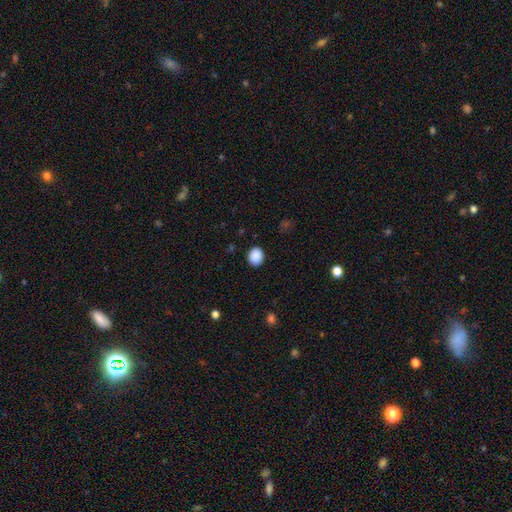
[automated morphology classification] smooth-or-featured: smooth: 90% | star or artifact: 8% | featured or disk: 2%
  how-rounded: round: 63% | in between: 36% | cigar-shaped: 1%
  merging: none: 89% | minor disturbance: 7% | major disturbance: 2% | merger: 1%